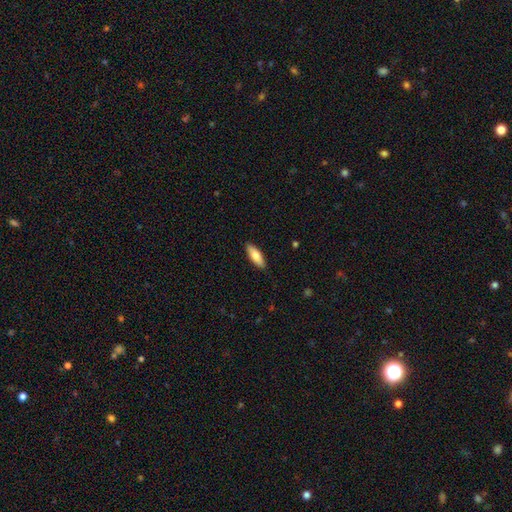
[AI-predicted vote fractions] smooth 76%, featured or disk 18%, star or artifact 6%. Down the decision tree: how rounded — in between (58%); merging — none (88%).